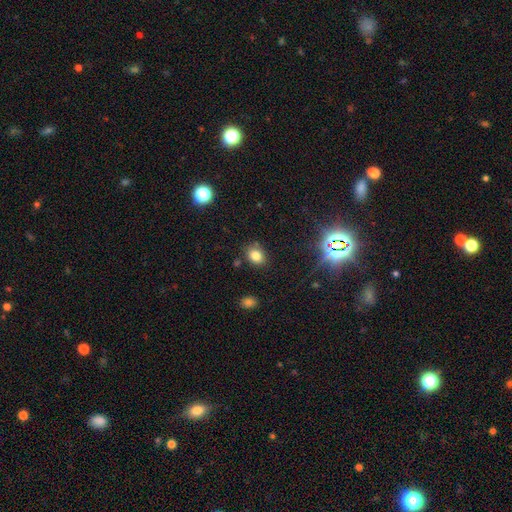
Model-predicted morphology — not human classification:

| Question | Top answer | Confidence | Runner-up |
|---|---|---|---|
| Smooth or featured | smooth | 78% | star or artifact (14%) |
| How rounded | in between | 58% | round (41%) |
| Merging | none | 80% | minor disturbance (13%) |